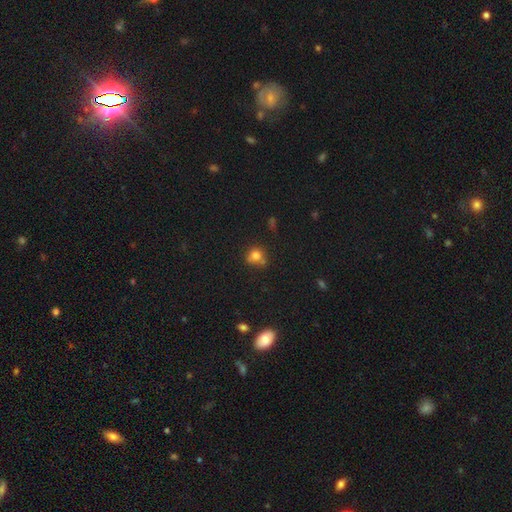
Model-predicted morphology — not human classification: Smooth or featured?
  - smooth: 75% *
  - star or artifact: 14%
  - featured or disk: 10%
How rounded?
  - round: 79% *
  - in between: 20%
  - cigar-shaped: 1%
Merging?
  - none: 55% *
  - minor disturbance: 22%
  - merger: 16%
  - major disturbance: 7%